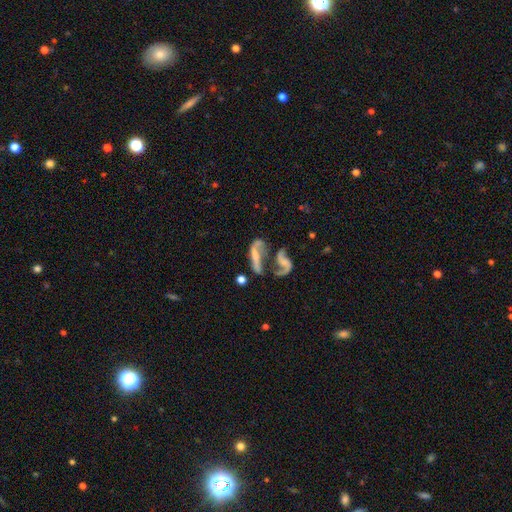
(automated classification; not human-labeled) A featured or disk galaxy (61%) with no bar (60%), spiral arms (57%) and no central bulge (54%).

Vote fractions:
- Smooth or featured? featured or disk: 61% / smooth: 28% / star or artifact: 11%
- Edge-on disk? no: 89% / yes: 11%
- Bar? no: 60% / weak: 24% / strong: 16%
- Spiral arms? yes: 57% / no: 43%
- Bulge size? none: 54% / small: 26% / moderate: 15% / large: 4% / dominant: 2%
- Merging? merger: 45% / major disturbance: 26% / none: 18% / minor disturbance: 10%